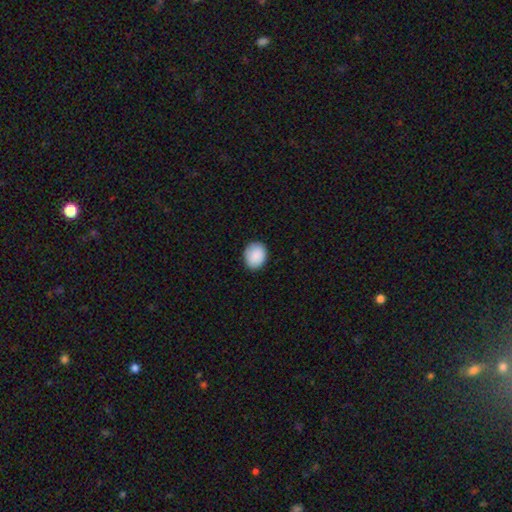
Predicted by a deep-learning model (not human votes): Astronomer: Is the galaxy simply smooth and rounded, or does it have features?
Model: smooth — 90%.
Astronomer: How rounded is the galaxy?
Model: round — 55% (runner-up: in between, 44%).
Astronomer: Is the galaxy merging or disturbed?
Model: none — 87%.